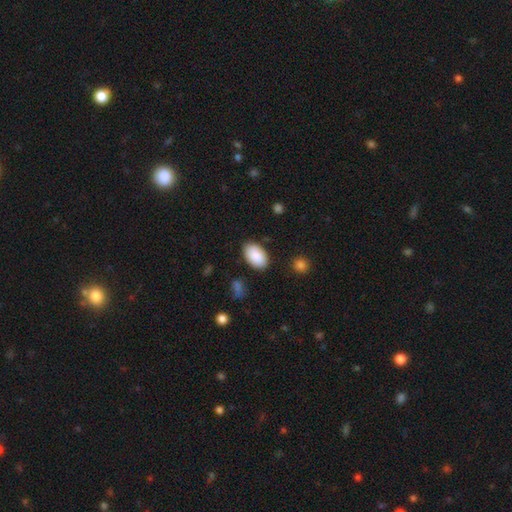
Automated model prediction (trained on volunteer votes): This is clearly a smooth galaxy (90%). How rounded: clearly in between (94%). Merging: clearly none (84%).